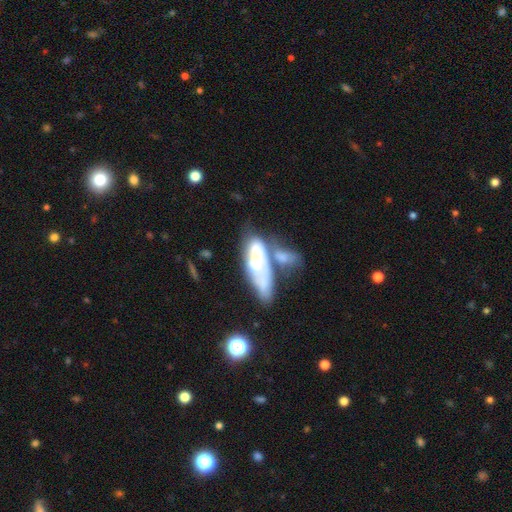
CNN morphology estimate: Q: Smooth or featured?
A: featured or disk (53%); runner-up: smooth (40%)
Q: Edge-on disk?
A: no (83%); runner-up: yes (17%)
Q: Merging?
A: merger (51%); runner-up: none (19%)